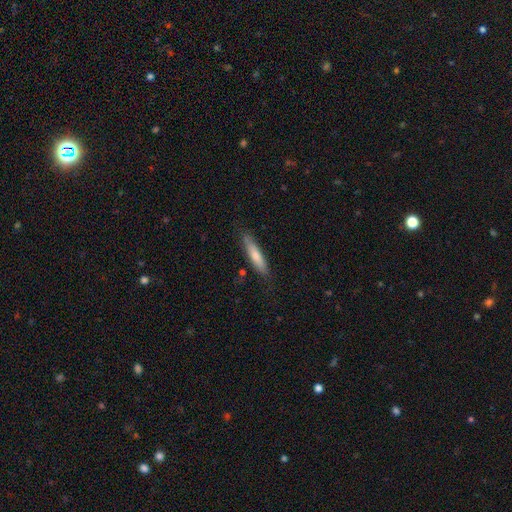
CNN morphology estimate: A smooth galaxy with no disk features (70%) that is cigar-shaped (84%). Merging: none (81%).